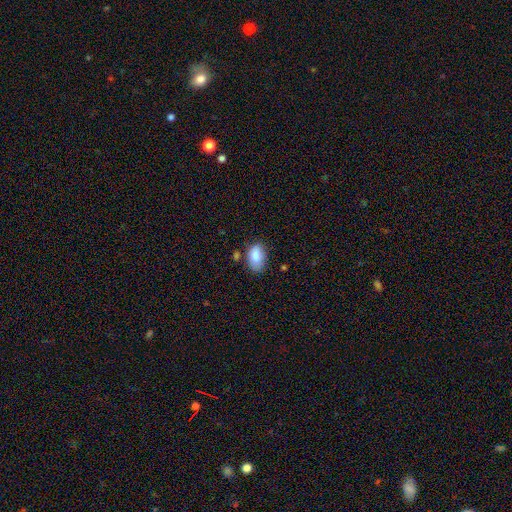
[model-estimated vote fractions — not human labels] The model was most divided on "merging": none: 63%, minor disturbance: 26%, major disturbance: 6%, merger: 5%. More confident: how rounded — in between (91%); smooth or featured — smooth (86%).